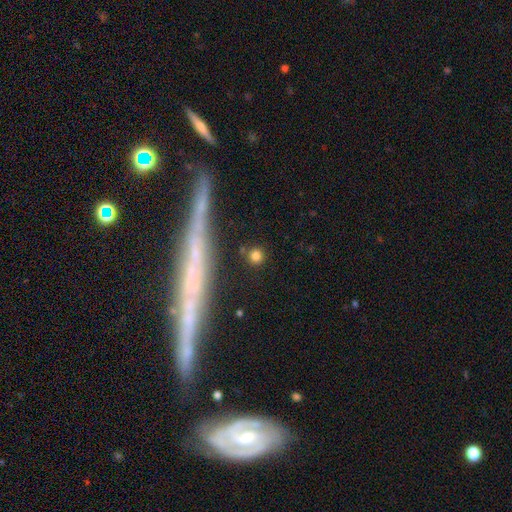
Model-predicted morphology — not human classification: A smooth galaxy with no disk features (79%) that is round (91%). Merging: none (86%).